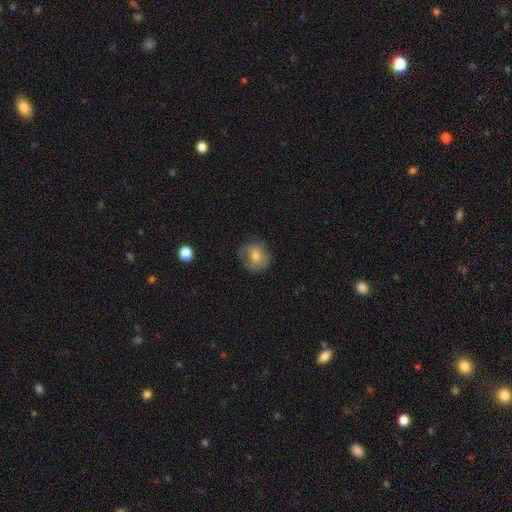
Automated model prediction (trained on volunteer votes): smooth 68%, featured or disk 23%, star or artifact 9%. Down the decision tree: how rounded — round (79%); merging — none (67%).